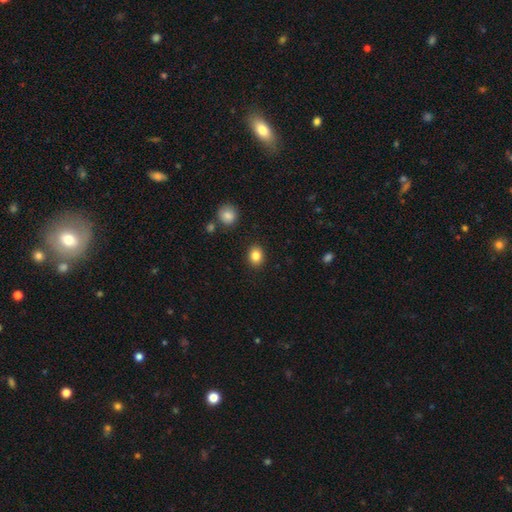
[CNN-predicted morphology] A smooth galaxy with no disk features (84%) that is round (52%). Merging: none (89%).